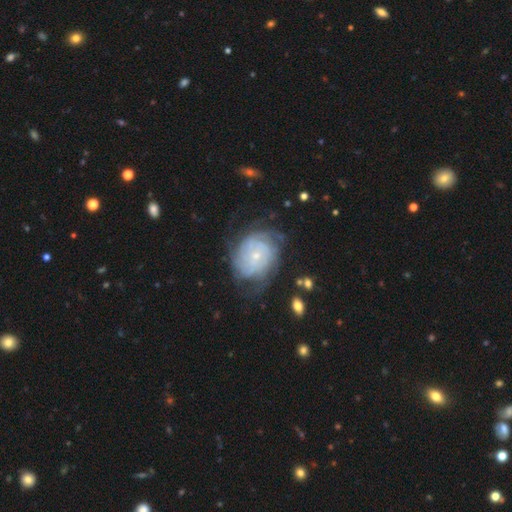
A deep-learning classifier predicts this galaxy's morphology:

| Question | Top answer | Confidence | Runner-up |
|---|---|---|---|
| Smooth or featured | featured or disk | 78% | smooth (15%) |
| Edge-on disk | no | 97% | yes (3%) |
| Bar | no | 77% | weak (19%) |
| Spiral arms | yes | 91% | no (9%) |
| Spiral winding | tight | 71% | medium (21%) |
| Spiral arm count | can't tell | 48% | 4 (14%) |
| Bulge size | small | 77% | moderate (19%) |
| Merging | none | 62% | minor disturbance (22%) |